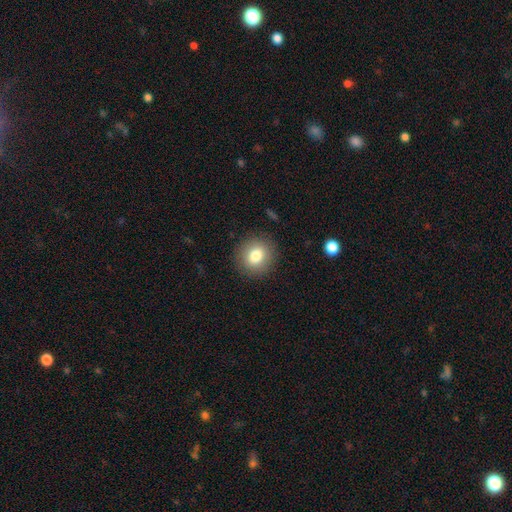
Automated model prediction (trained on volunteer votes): Morphology: type=smooth (80%); roundness=round (86%); merging=none (89%).